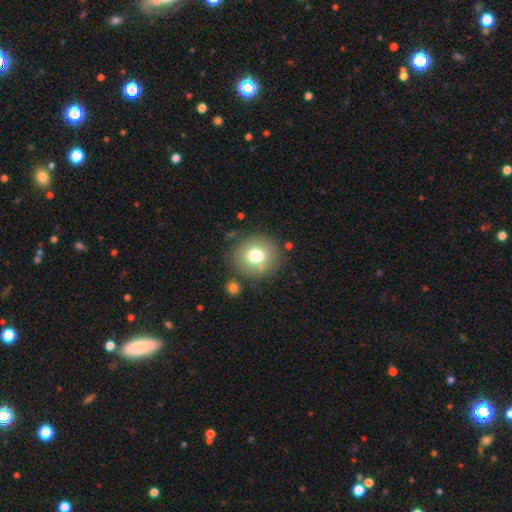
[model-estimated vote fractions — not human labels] smooth 74%, featured or disk 15%, star or artifact 12%. Down the decision tree: how rounded — round (91%); merging — none (82%).